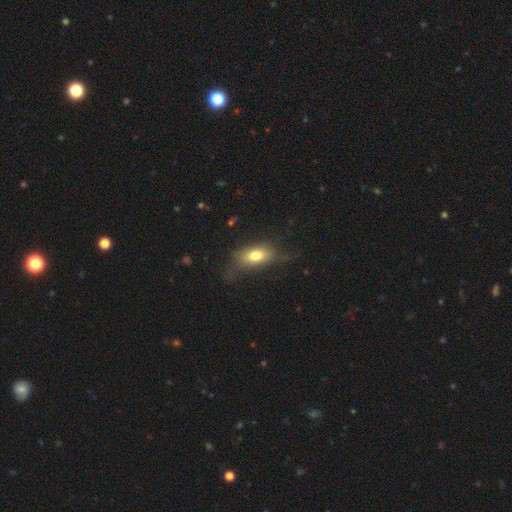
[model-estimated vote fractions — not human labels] This appears to be a smooth galaxy with no disk features (73%) that is in between round and cigar-shaped (80%). Merging: none (56%).